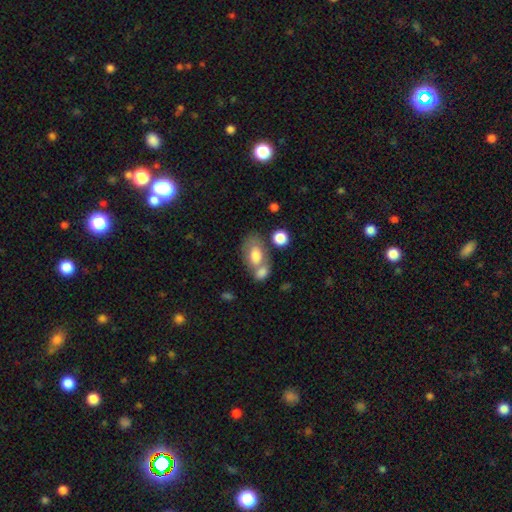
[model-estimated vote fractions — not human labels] smooth-or-featured: smooth: 73% | featured or disk: 19% | star or artifact: 8%
  how-rounded: in between: 85% | round: 13% | cigar-shaped: 2%
  merging: merger: 45% | none: 33% | minor disturbance: 13% | major disturbance: 8%